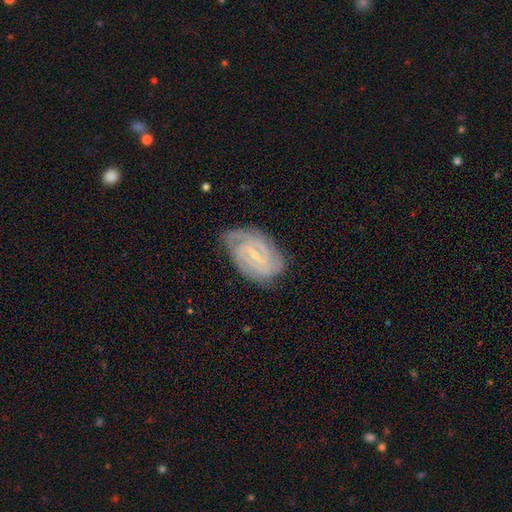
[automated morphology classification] type=featured or disk (87%); edge-on=no (96%); bar=weak (52%); spiral arms=yes (97%); winding=tight (70%); arm count=2 (42%); bulge=small (74%); merging=none (73%).